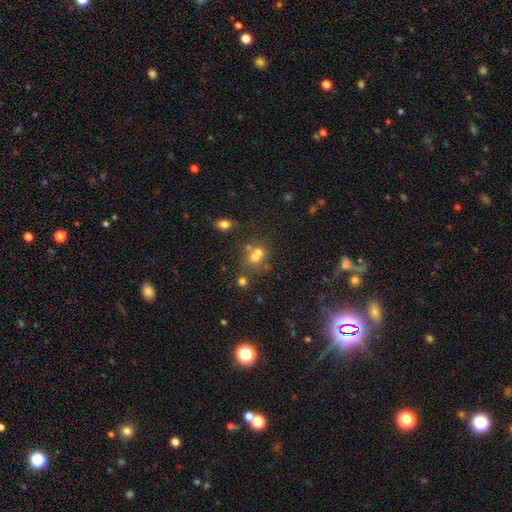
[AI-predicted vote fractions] Morphology: type=smooth (57%); roundness=round (72%); merging=merger (46%).